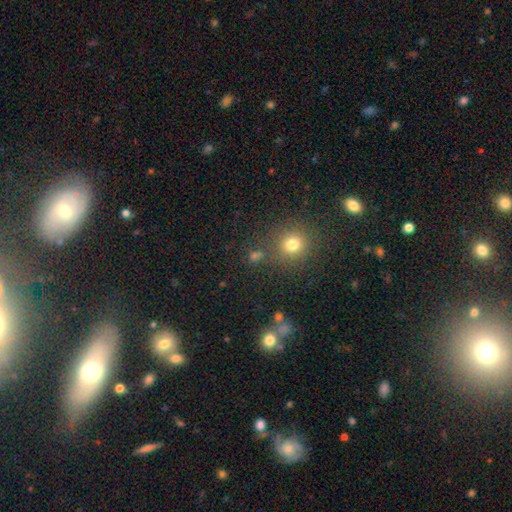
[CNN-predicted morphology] Overall: smooth (65%; star or artifact 27%). How rounded: round (84%). Merging: none (77%).